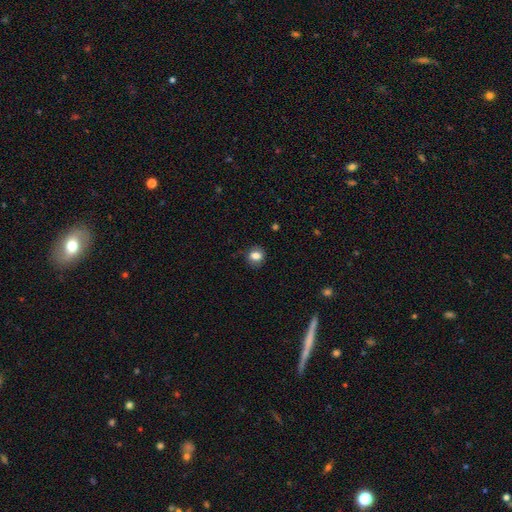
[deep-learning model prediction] smooth_or_featured: smooth (p=0.83) [alt: star or artifact p=0.10]
how_rounded: round (p=0.69) [alt: in between p=0.30]
merging: none (p=0.83) [alt: minor disturbance p=0.12]